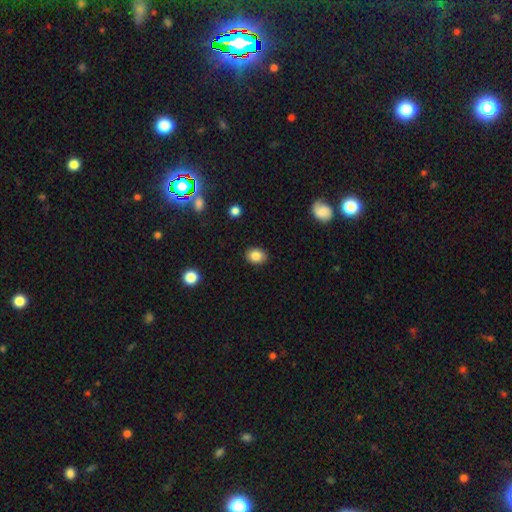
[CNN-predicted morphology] The model was most divided on "how rounded": round: 52%, in between: 47%, cigar-shaped: 1%. More confident: merging — none (89%); smooth or featured — smooth (84%).